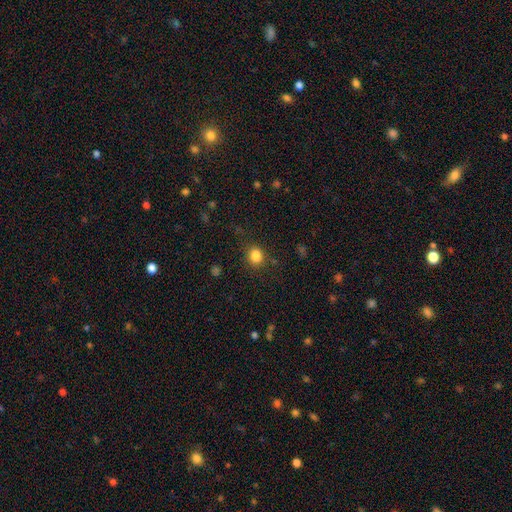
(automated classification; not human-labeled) A smooth galaxy with no disk features (84%) that is round (61%). Merging: none (80%).